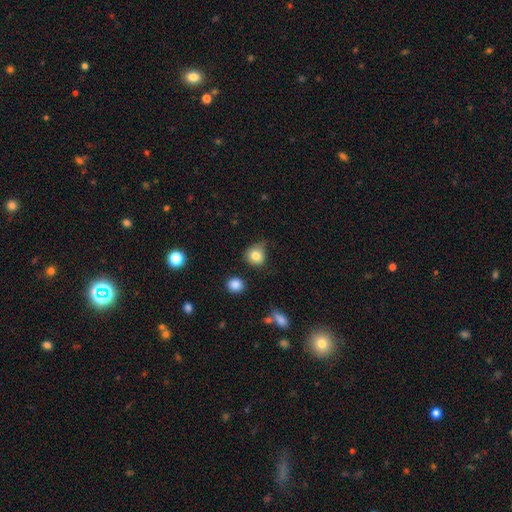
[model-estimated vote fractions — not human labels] smooth_or_featured: smooth (p=0.81) [alt: star or artifact p=0.11]
how_rounded: round (p=0.80) [alt: in between p=0.19]
merging: none (p=0.59) [alt: minor disturbance p=0.30]